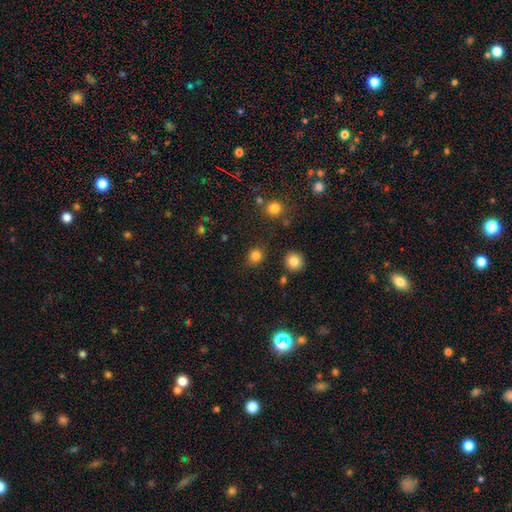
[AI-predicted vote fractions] Overall: smooth (82%). How rounded: round (85%). Merging: none (85%).